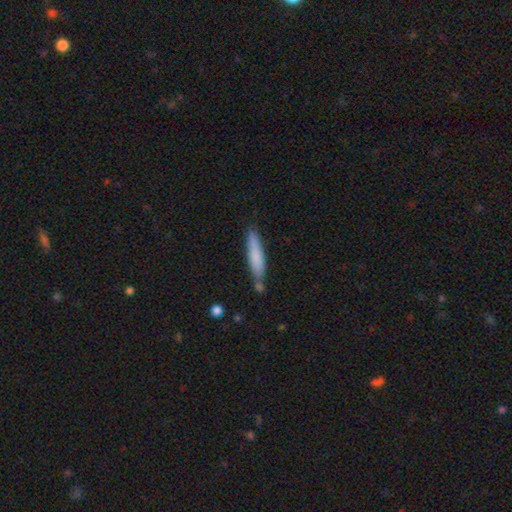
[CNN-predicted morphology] smooth 75%, featured or disk 20%, star or artifact 6%. Down the decision tree: how rounded — cigar-shaped (88%); merging — none (71%).